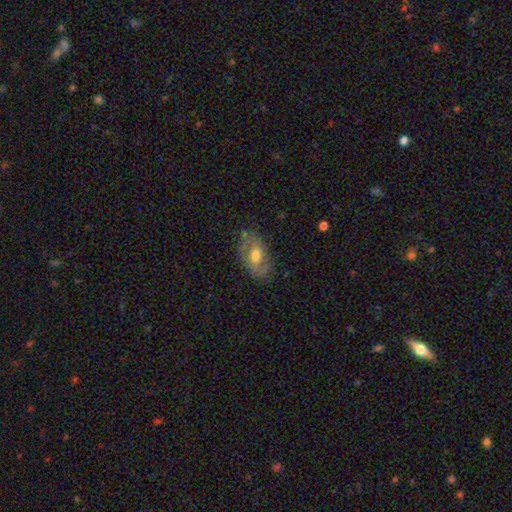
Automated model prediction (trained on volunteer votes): This appears to be a featured or disk galaxy (54%). Merging: none (67%).